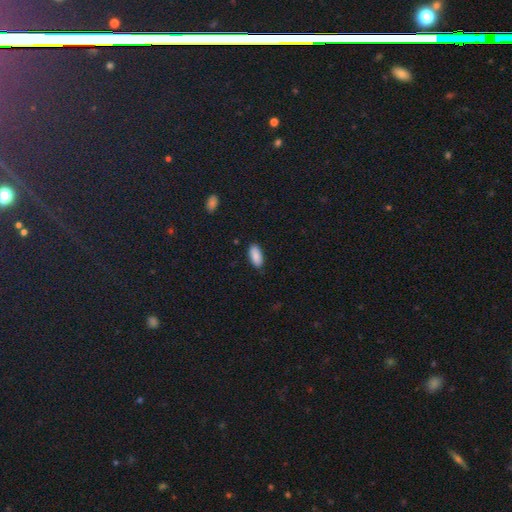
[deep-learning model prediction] The model was most divided on "merging": none: 87%, minor disturbance: 10%, major disturbance: 2%, merger: 1%. More confident: smooth or featured — smooth (89%); how rounded — in between (88%).